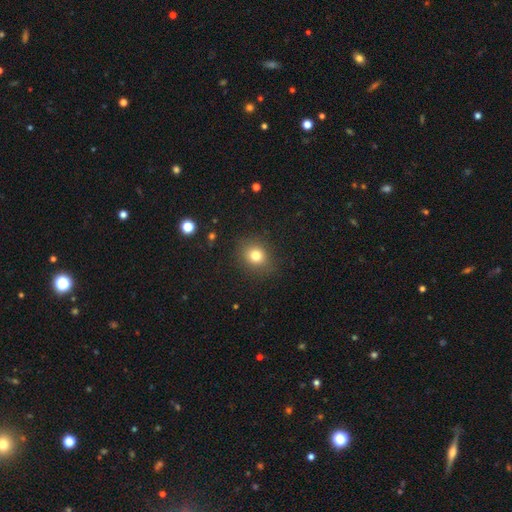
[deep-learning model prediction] The model was most divided on "how rounded": round: 72%, in between: 27%, cigar-shaped: 1%. More confident: merging — none (86%); smooth or featured — smooth (78%).